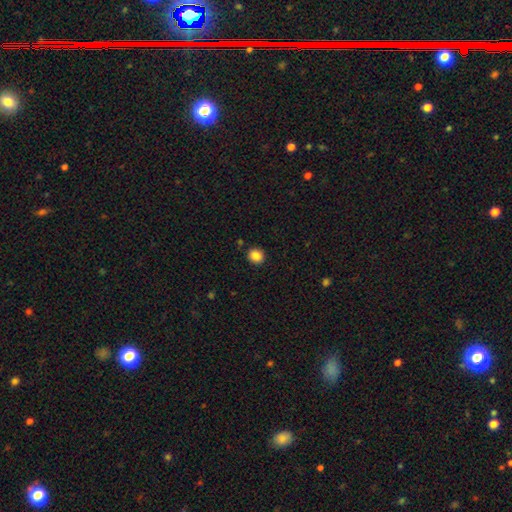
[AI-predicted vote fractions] The model was most divided on "how rounded": round: 77%, in between: 22%, cigar-shaped: 1%. More confident: merging — none (88%); smooth or featured — smooth (87%).